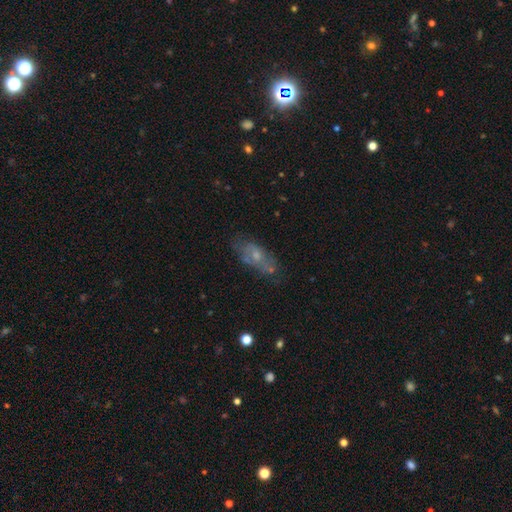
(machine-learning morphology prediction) smooth_or_featured: smooth (p=0.45) [alt: featured or disk p=0.44]
merging: none (p=0.55) [alt: minor disturbance p=0.24]